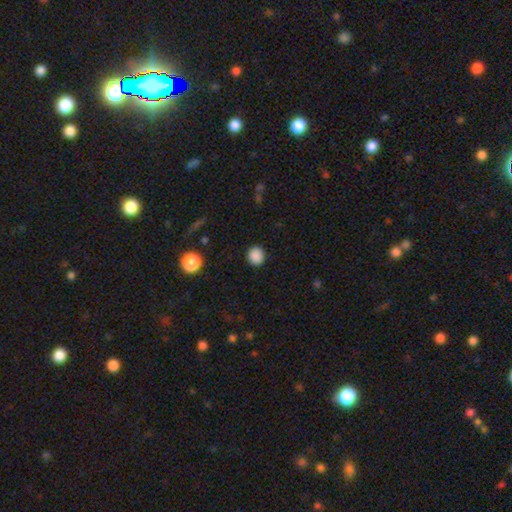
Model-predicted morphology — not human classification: smooth_or_featured: smooth (p=0.87) [alt: star or artifact p=0.10]
how_rounded: round (p=0.83) [alt: in between p=0.16]
merging: none (p=0.90) [alt: minor disturbance p=0.07]